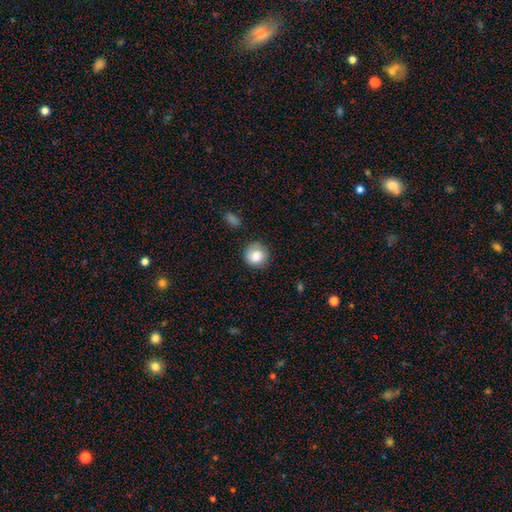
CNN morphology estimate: A smooth galaxy with no disk features (82%) that is round (91%). Merging: none (80%).